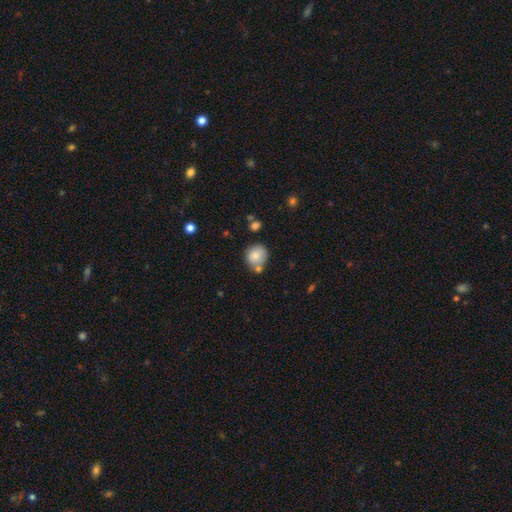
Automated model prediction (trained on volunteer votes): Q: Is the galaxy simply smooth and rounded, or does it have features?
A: smooth — 80%.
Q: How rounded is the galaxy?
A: round — 81%.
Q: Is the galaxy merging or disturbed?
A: none — 63%.